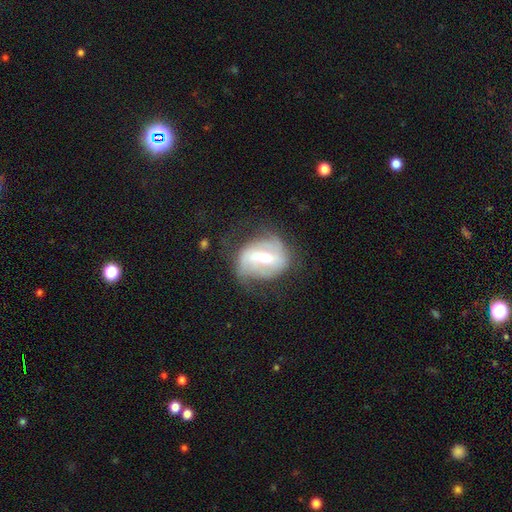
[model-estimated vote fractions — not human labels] smooth_or_featured: featured or disk (p=0.73) [alt: smooth p=0.20]
disk_edge_on: no (p=0.96) [alt: yes p=0.04]
bar: strong (p=0.43) [alt: weak p=0.41]
has_spiral_arms: yes (p=0.75) [alt: no p=0.25]
spiral_winding: medium (p=0.41) [alt: loose p=0.35]
spiral_arm_count: 2 (p=0.65) [alt: can't tell p=0.19]
bulge_size: moderate (p=0.59) [alt: small p=0.32]
merging: none (p=0.47) [alt: minor disturbance p=0.26]